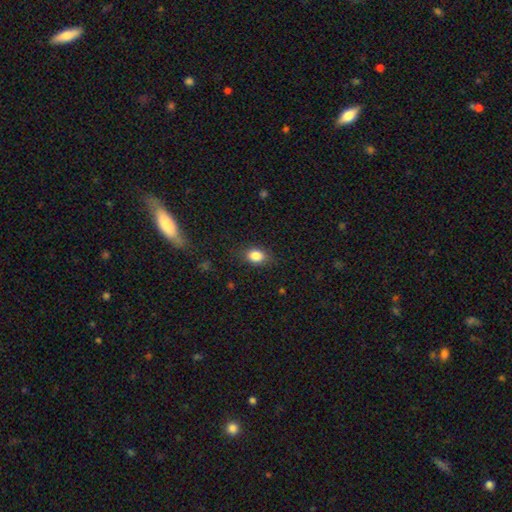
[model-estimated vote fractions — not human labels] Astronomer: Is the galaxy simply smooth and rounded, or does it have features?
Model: smooth — 84%.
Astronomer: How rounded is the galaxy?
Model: in between — 68%.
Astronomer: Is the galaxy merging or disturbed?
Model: none — 82%.